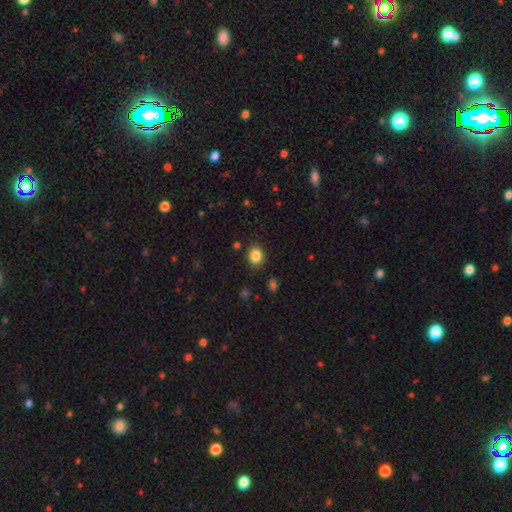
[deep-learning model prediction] smooth 86%, star or artifact 10%, featured or disk 4%. Down the decision tree: how rounded — round (54%); merging — none (86%).